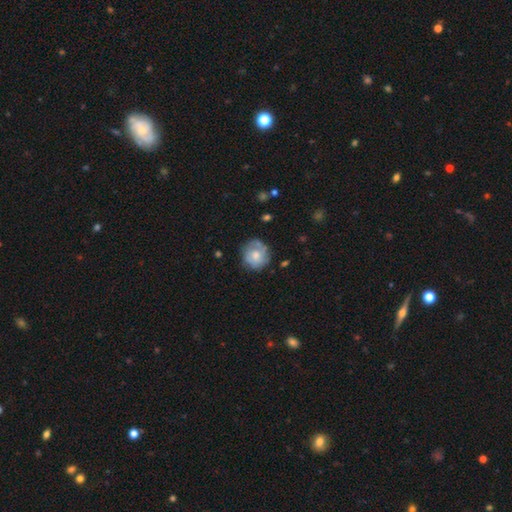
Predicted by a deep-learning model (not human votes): smooth 57%, featured or disk 35%, star or artifact 7%. Down the decision tree: how rounded — round (86%); merging — none (67%).